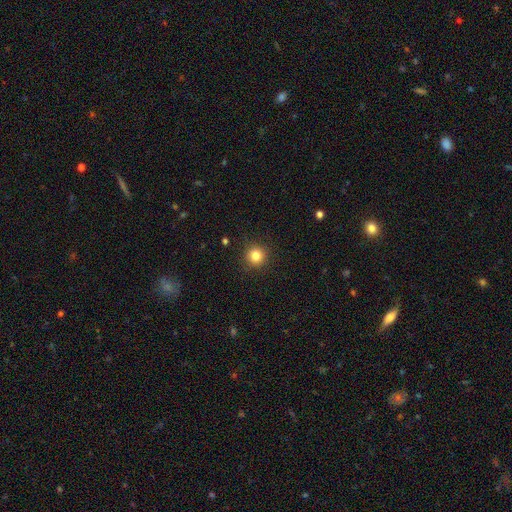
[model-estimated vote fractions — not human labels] Smooth or featured? Predicted: smooth (p=0.83). How rounded? Predicted: round (p=0.95). Merging? Predicted: none (p=0.91).